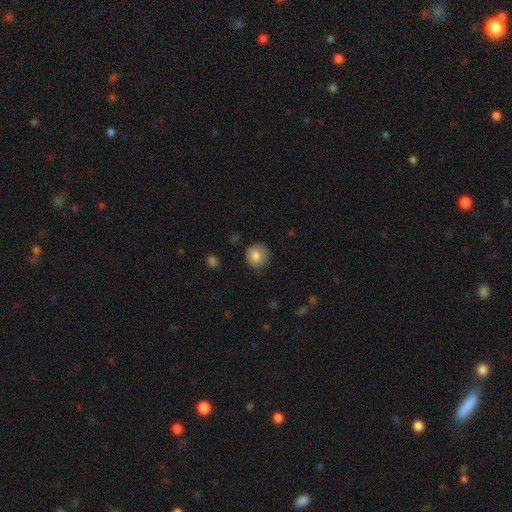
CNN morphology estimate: smooth 81%, featured or disk 11%, star or artifact 8%. Down the decision tree: how rounded — round (88%); merging — none (77%).